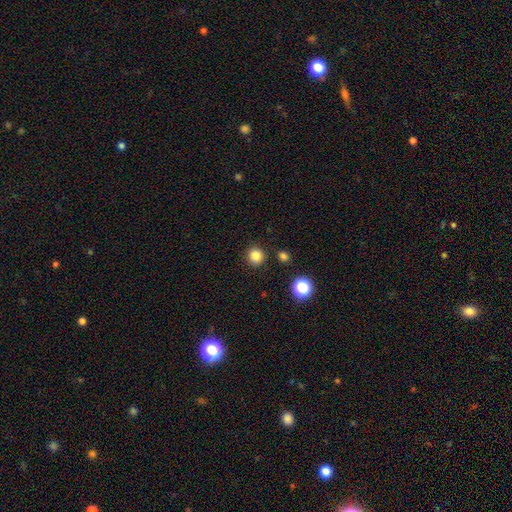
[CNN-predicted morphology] Overall: smooth (82%). How rounded: round (93%). Merging: none (90%).